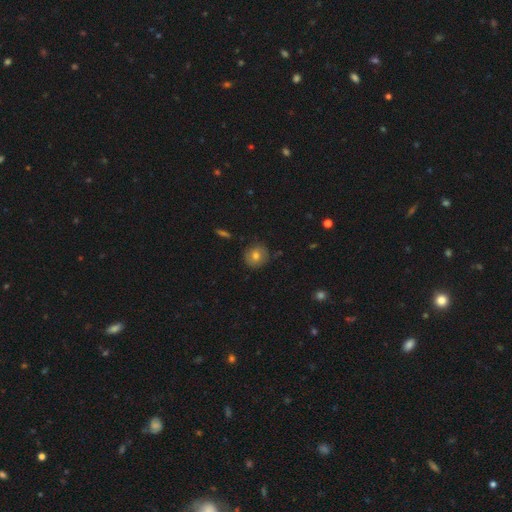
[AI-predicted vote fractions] Smooth or featured?
  - smooth: 69% *
  - featured or disk: 20%
  - star or artifact: 11%
How rounded?
  - round: 89% *
  - in between: 10%
  - cigar-shaped: 1%
Merging?
  - none: 83% *
  - minor disturbance: 13%
  - major disturbance: 3%
  - merger: 1%